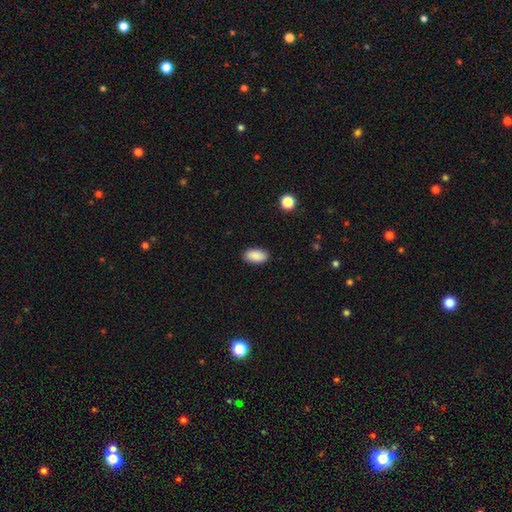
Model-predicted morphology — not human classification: smooth_or_featured: smooth (p=0.90) [alt: star or artifact p=0.07]
how_rounded: in between (p=0.94) [alt: round p=0.03]
merging: none (p=0.89) [alt: minor disturbance p=0.08]